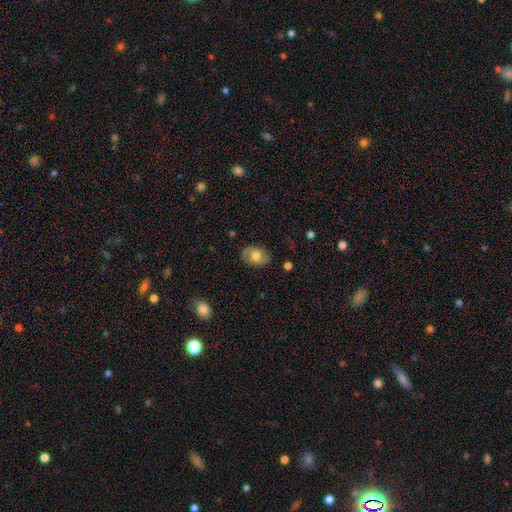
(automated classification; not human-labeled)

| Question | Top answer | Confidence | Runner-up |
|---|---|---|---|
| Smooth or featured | smooth | 63% | featured or disk (30%) |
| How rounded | in between | 79% | round (20%) |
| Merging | none | 81% | minor disturbance (14%) |